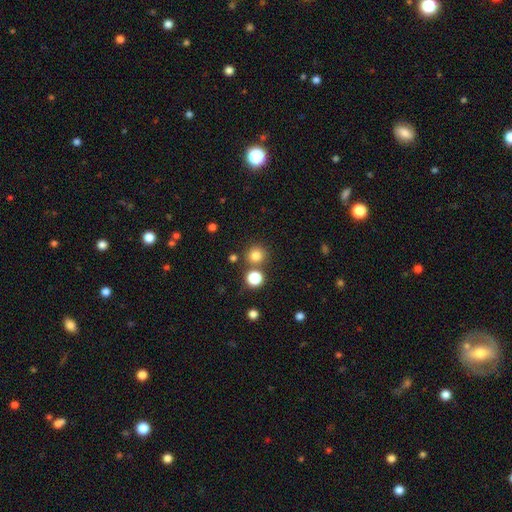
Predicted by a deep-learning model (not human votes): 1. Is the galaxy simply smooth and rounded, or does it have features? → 80% smooth, 15% star or artifact, 5% featured or disk.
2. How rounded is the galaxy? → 93% round, 6% in between, 1% cigar-shaped.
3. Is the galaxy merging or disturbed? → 78% none, 12% merger, 7% minor disturbance, 3% major disturbance.